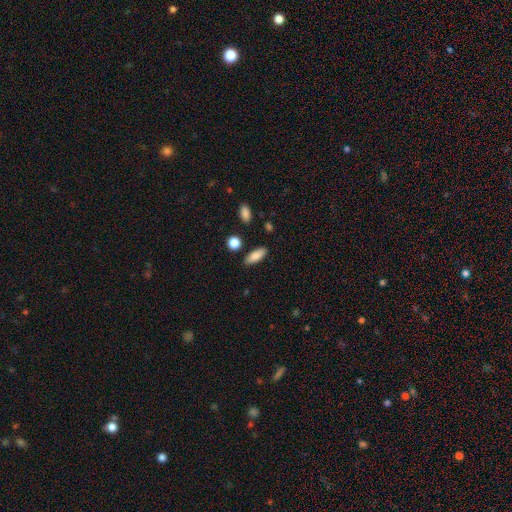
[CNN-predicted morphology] Smooth or featured? smooth (84%)
How rounded? in between (76%)
Merging? none (84%)